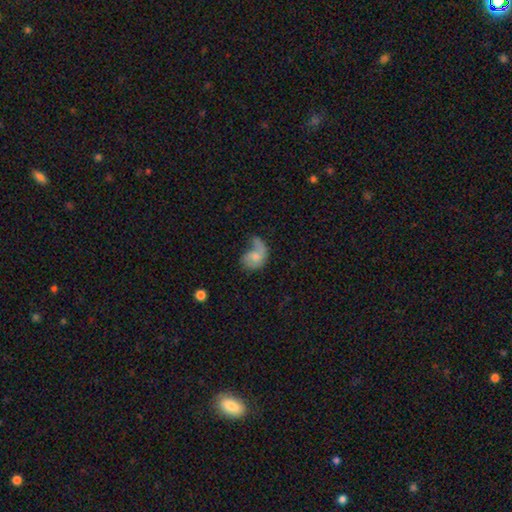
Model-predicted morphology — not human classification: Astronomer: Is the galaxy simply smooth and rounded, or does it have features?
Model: smooth — 49% (runner-up: featured or disk, 44%).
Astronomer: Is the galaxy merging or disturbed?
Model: major disturbance — 46% (runner-up: none, 22%).